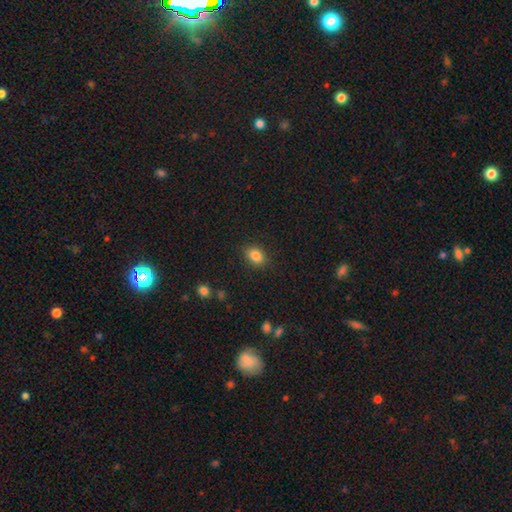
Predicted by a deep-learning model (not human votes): Smooth or featured?
  - smooth: 84% *
  - star or artifact: 10%
  - featured or disk: 6%
How rounded?
  - in between: 72% *
  - round: 27%
  - cigar-shaped: 1%
Merging?
  - none: 87% *
  - minor disturbance: 10%
  - major disturbance: 3%
  - merger: 1%